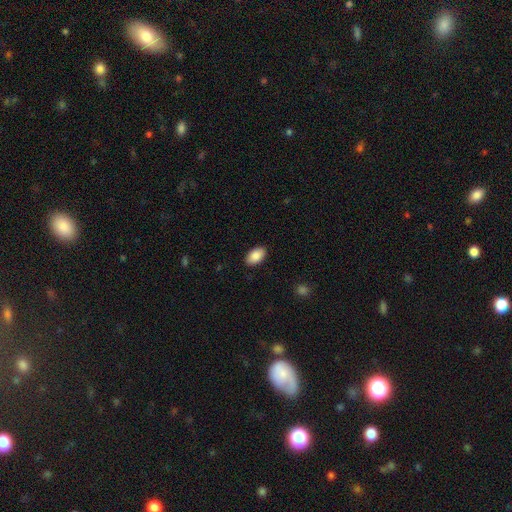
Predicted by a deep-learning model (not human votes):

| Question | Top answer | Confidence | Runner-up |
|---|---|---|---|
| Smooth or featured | smooth | 88% | star or artifact (7%) |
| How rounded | in between | 94% | round (5%) |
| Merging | none | 89% | minor disturbance (8%) |